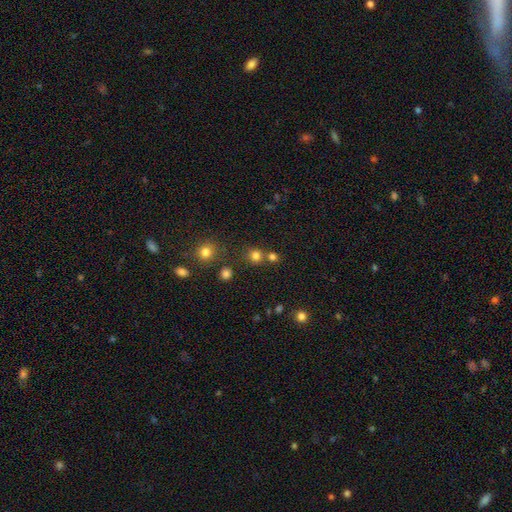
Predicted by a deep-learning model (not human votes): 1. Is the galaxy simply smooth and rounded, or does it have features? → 77% smooth, 17% star or artifact, 5% featured or disk.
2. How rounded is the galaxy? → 89% round, 10% in between, 1% cigar-shaped.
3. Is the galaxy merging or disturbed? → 71% none, 18% merger, 7% minor disturbance, 3% major disturbance.